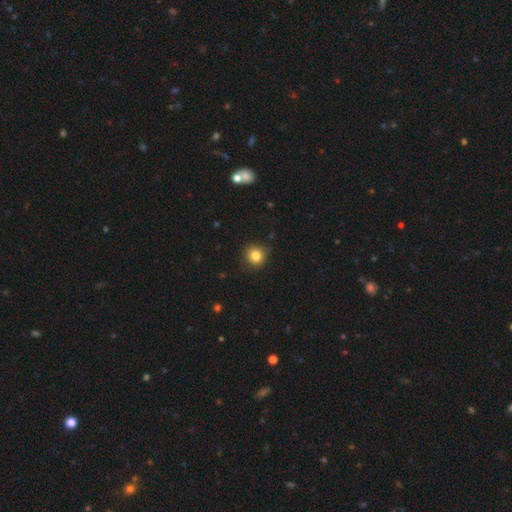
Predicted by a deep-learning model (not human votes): Q: Smooth or featured?
A: smooth (83%); runner-up: star or artifact (11%)
Q: How rounded?
A: round (89%); runner-up: in between (10%)
Q: Merging?
A: none (82%); runner-up: minor disturbance (13%)